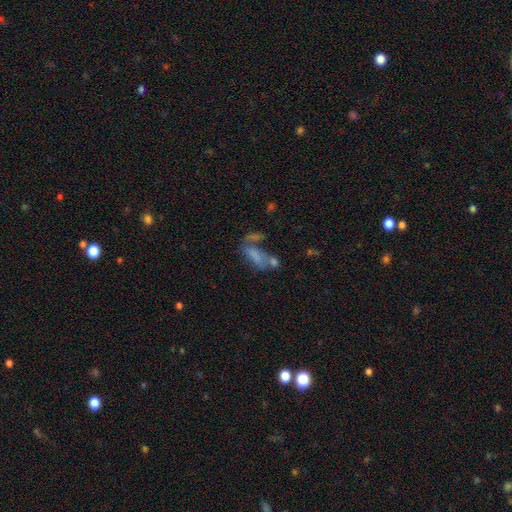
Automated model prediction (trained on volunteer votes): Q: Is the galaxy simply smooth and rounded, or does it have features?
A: smooth — 60%.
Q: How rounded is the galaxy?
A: in between — 76%.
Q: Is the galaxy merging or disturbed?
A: merger — 41%.